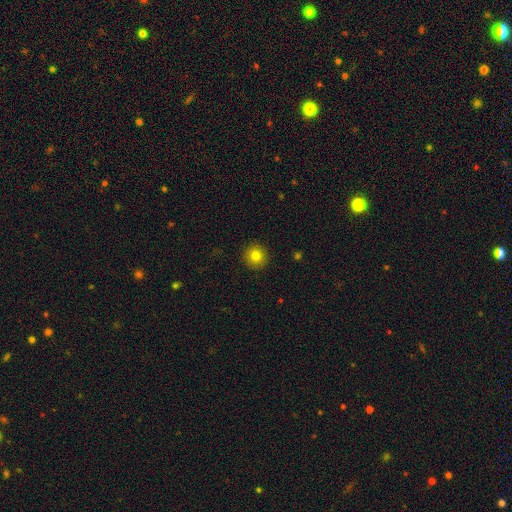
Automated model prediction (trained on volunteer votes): smooth 80%, star or artifact 11%, featured or disk 9%. Down the decision tree: how rounded — round (95%); merging — none (93%).